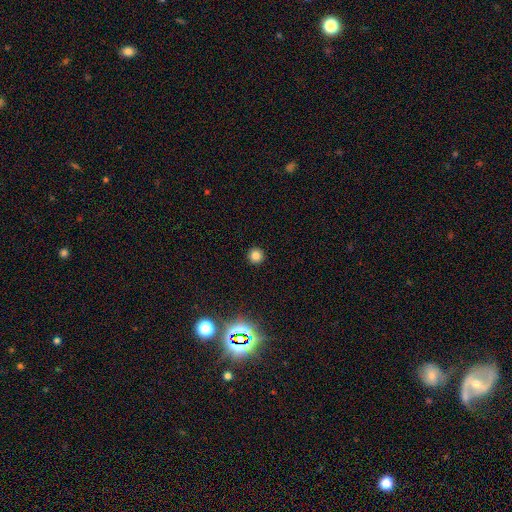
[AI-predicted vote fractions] Morphology: type=smooth (81%); roundness=round (96%); merging=none (93%).